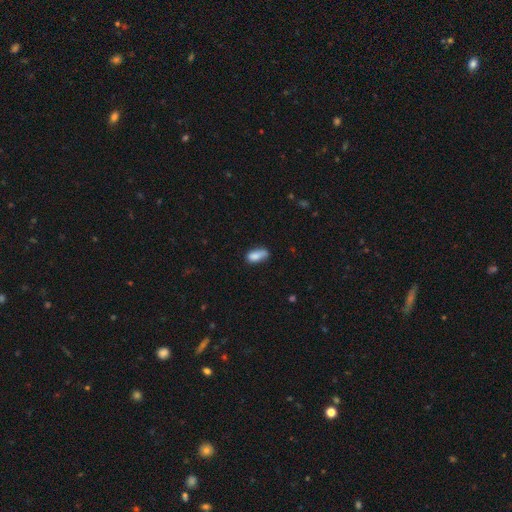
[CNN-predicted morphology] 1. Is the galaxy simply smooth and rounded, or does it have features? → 82% smooth, 9% featured or disk, 8% star or artifact.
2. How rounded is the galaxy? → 84% in between, 12% cigar-shaped, 3% round.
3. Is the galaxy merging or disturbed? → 54% none, 32% minor disturbance, 9% major disturbance, 6% merger.